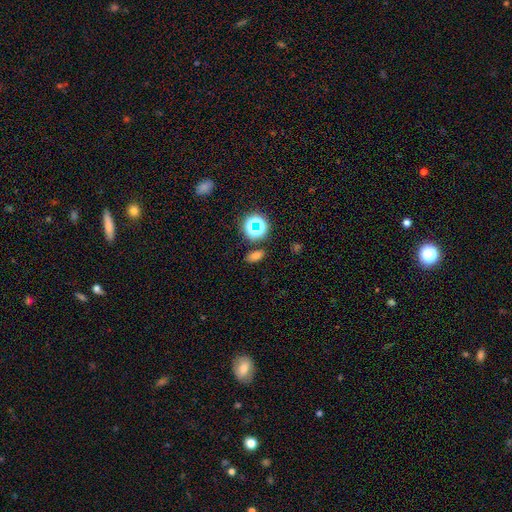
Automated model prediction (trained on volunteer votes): Smooth or featured: smooth — 69% (star or artifact — 23%)
How rounded: in between — 81% (round — 15%)
Merging: none — 84% (minor disturbance — 9%)